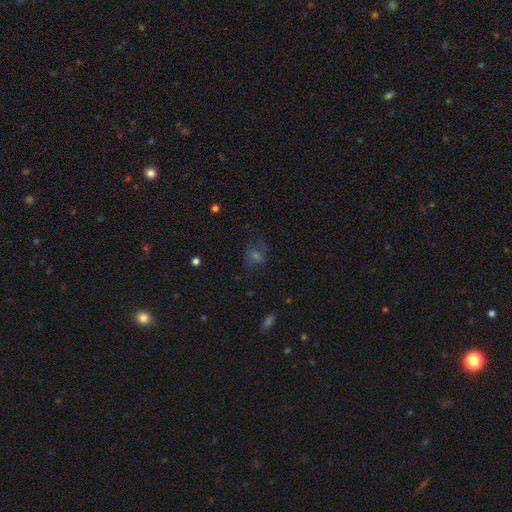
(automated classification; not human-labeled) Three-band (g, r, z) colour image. It shows a smooth galaxy with no disk features (44%). Merging: none (66%).